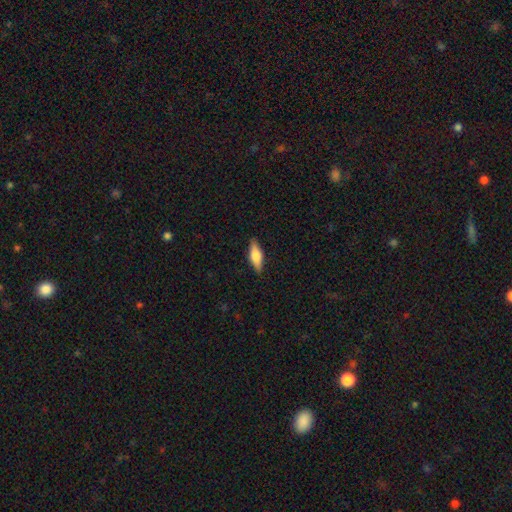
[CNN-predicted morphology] type=smooth (60%); roundness=in between (54%); merging=none (87%).